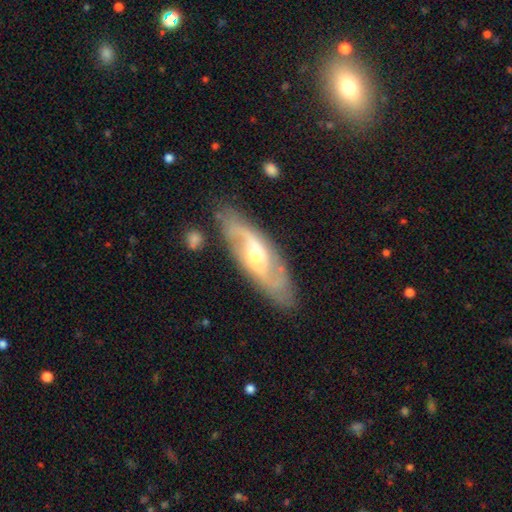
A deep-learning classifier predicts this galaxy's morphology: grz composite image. It shows a featured or disk galaxy (80%) with no bar (46%), 2 (87%) loose (48%) spiral arms (91%) and a moderate central bulge (63%). Merging: none (81%).